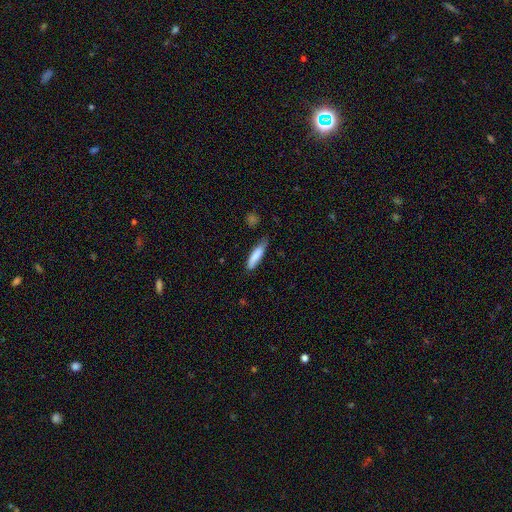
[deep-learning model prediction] Smooth or featured? Predicted: smooth (p=0.83). How rounded? Predicted: cigar-shaped (p=0.75). Merging? Predicted: none (p=0.67).